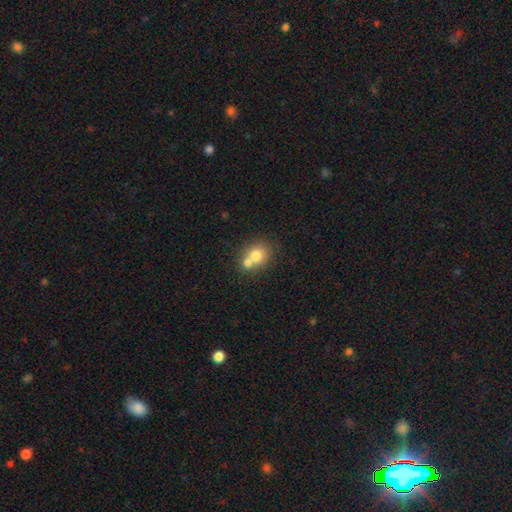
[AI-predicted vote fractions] smooth 74%, featured or disk 16%, star or artifact 10%. Down the decision tree: how rounded — round (71%); merging — merger (52%).